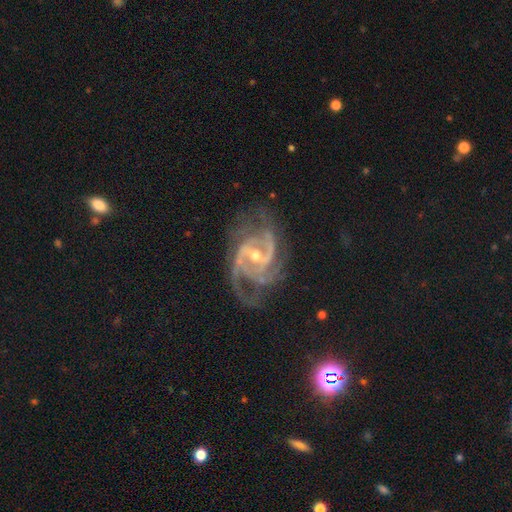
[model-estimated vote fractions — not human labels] Q: Smooth or featured?
A: featured or disk (92%); runner-up: star or artifact (5%)
Q: Edge-on disk?
A: no (98%); runner-up: yes (2%)
Q: Bar?
A: weak (44%); runner-up: no (29%)
Q: Spiral arms?
A: yes (98%); runner-up: no (2%)
Q: Spiral winding?
A: medium (53%); runner-up: tight (33%)
Q: Spiral arm count?
A: 2 (41%); runner-up: 3 (29%)
Q: Bulge size?
A: small (51%); runner-up: moderate (46%)
Q: Merging?
A: none (63%); runner-up: minor disturbance (20%)